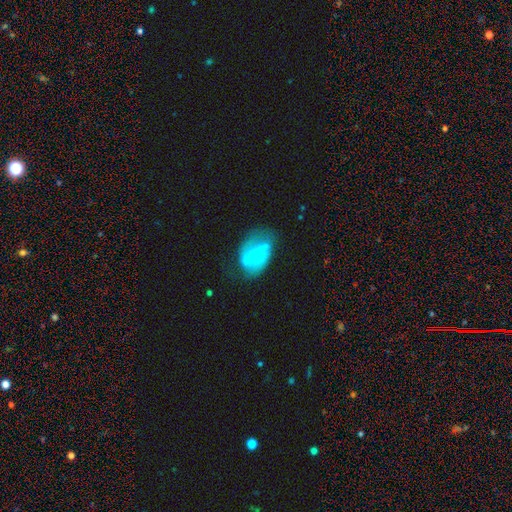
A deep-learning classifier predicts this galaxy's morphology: Overall: featured or disk (56%; smooth 37%). Edge-on disk: no (97%). Bar: no (73%). Spiral arms: yes (59%; no 41%). Bulge size: small (57%; moderate 35%). Merging: none (36%; minor disturbance 31%).